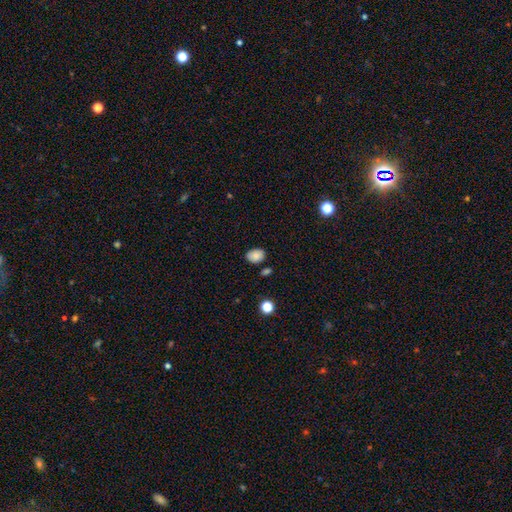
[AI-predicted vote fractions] A smooth galaxy with no disk features (85%) that is in between round and cigar-shaped (69%).

Vote fractions:
- Smooth or featured? smooth: 85% / star or artifact: 9% / featured or disk: 6%
- How rounded? in between: 69% / round: 30% / cigar-shaped: 1%
- Merging? none: 79% / minor disturbance: 14% / merger: 4% / major disturbance: 3%